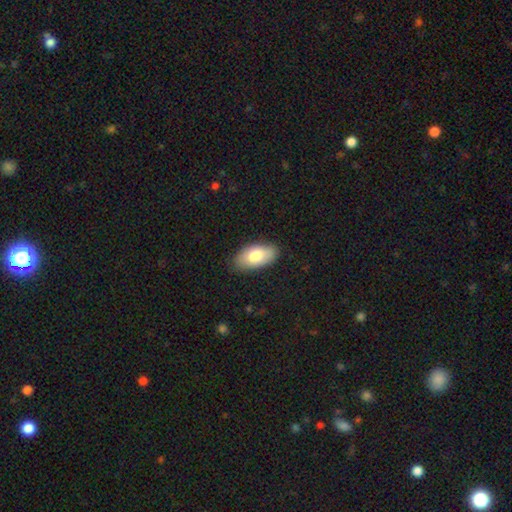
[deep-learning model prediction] A smooth galaxy with no disk features (76%) that is in between round and cigar-shaped (94%). Merging: none (85%).